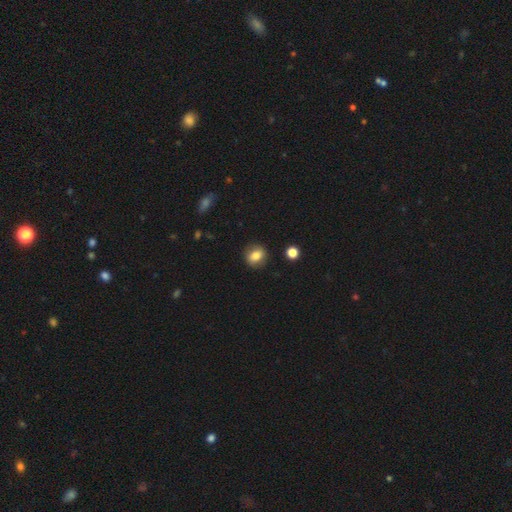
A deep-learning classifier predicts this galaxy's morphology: smooth-or-featured: smooth: 78% | featured or disk: 13% | star or artifact: 9%
  how-rounded: round: 61% | in between: 38% | cigar-shaped: 1%
  merging: none: 85% | minor disturbance: 10% | major disturbance: 3% | merger: 2%